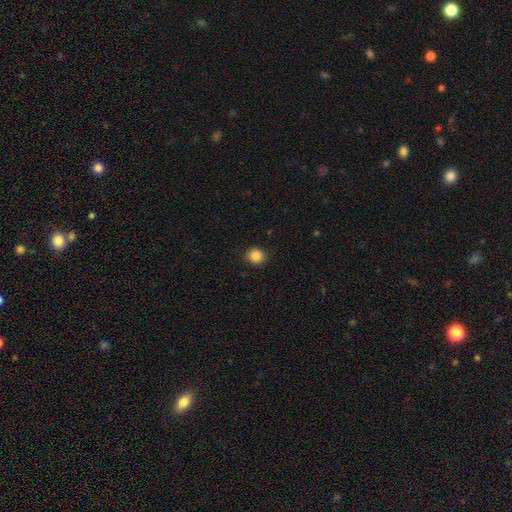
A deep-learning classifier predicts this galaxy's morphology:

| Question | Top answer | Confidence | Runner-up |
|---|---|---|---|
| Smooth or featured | smooth | 86% | star or artifact (11%) |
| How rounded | round | 87% | in between (12%) |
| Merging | none | 91% | minor disturbance (6%) |